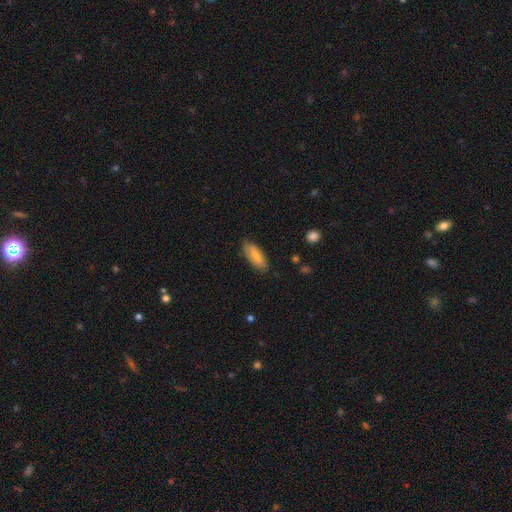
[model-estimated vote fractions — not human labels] Q: Smooth or featured?
A: smooth (76%); runner-up: featured or disk (18%)
Q: How rounded?
A: in between (75%); runner-up: cigar-shaped (23%)
Q: Merging?
A: none (81%); runner-up: minor disturbance (15%)